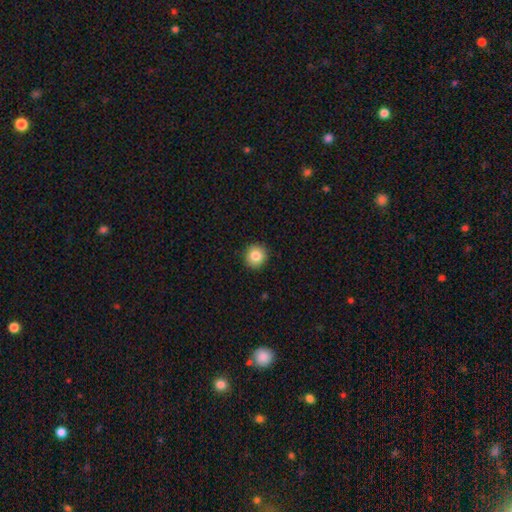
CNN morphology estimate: type=smooth (84%); roundness=round (93%); merging=none (92%).